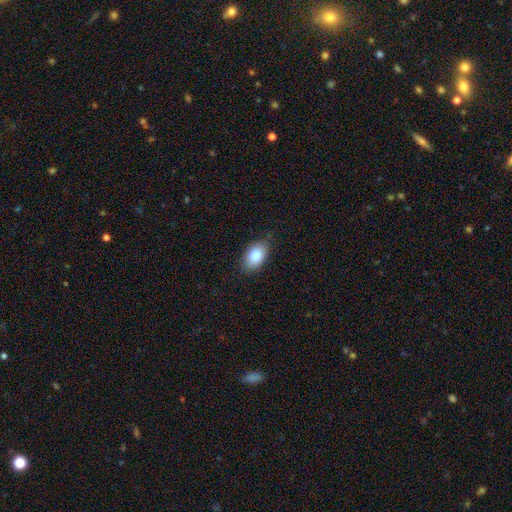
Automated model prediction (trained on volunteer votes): Morphology: type=smooth (86%); roundness=in between (92%); merging=none (81%).